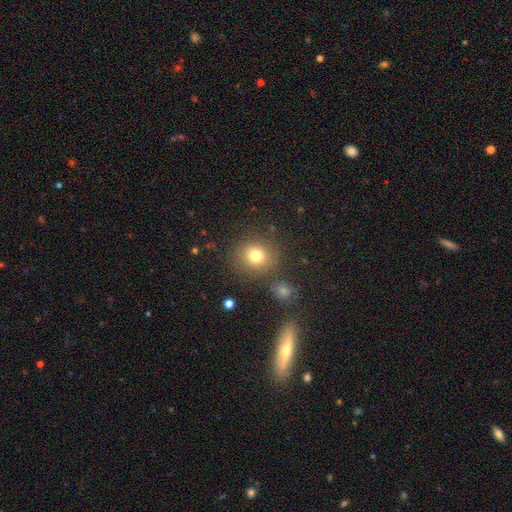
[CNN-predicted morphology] smooth-or-featured: smooth: 76% | star or artifact: 15% | featured or disk: 9%
  how-rounded: round: 85% | in between: 14% | cigar-shaped: 1%
  merging: none: 79% | minor disturbance: 9% | merger: 8% | major disturbance: 4%